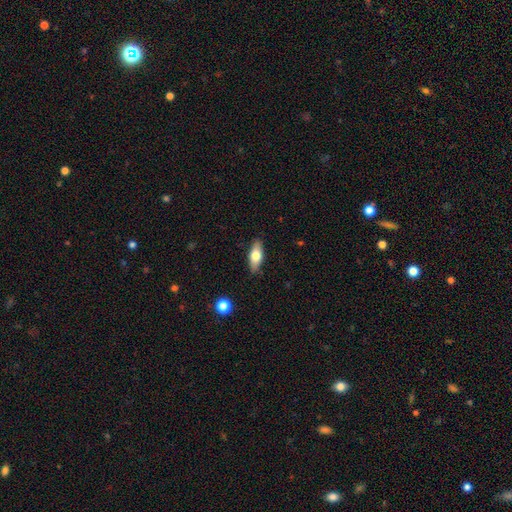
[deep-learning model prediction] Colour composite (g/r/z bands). It shows a smooth galaxy with no disk features (67%) that is in between round and cigar-shaped (77%). Merging: none (87%).